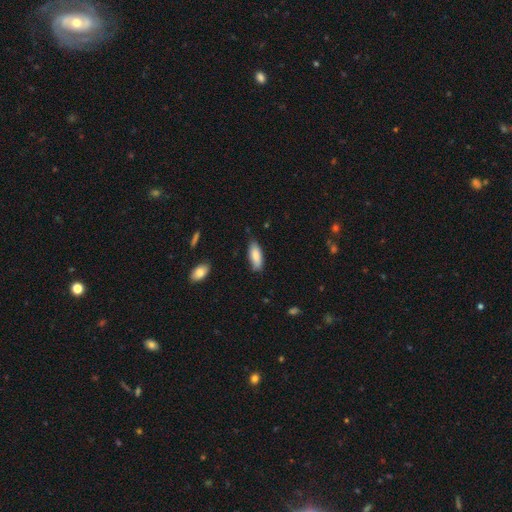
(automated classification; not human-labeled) A smooth galaxy with no disk features (85%) that is in between round and cigar-shaped (76%).

Vote fractions:
- Smooth or featured? smooth: 85% / featured or disk: 9% / star or artifact: 6%
- How rounded? in between: 76% / cigar-shaped: 22% / round: 2%
- Merging? none: 78% / minor disturbance: 18% / major disturbance: 3% / merger: 2%